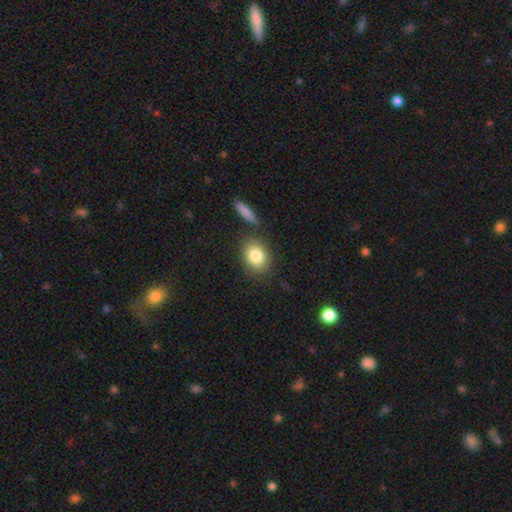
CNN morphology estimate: A smooth galaxy with no disk features (83%) that is in between round and cigar-shaped (56%). Merging: none (76%).